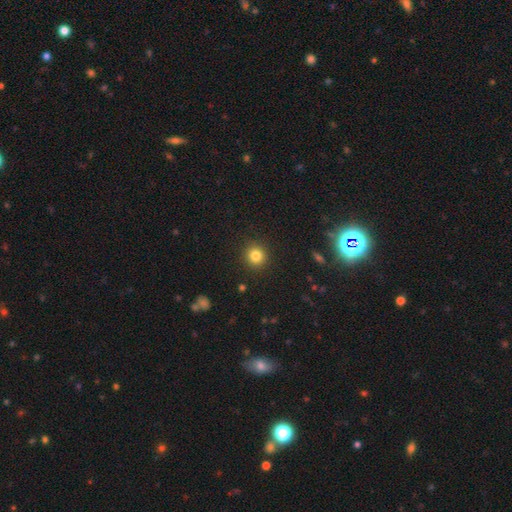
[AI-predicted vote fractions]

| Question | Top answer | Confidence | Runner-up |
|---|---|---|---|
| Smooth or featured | smooth | 82% | star or artifact (12%) |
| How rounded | round | 92% | in between (7%) |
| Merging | none | 91% | minor disturbance (6%) |